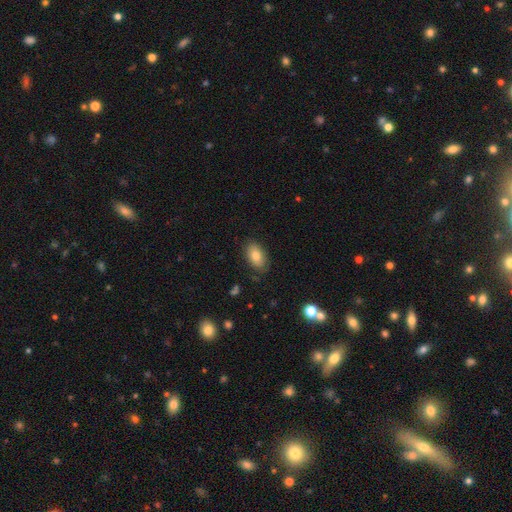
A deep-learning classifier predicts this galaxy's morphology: A smooth galaxy with no disk features (81%) that is in between round and cigar-shaped (92%).

Vote fractions:
- Smooth or featured? smooth: 81% / featured or disk: 11% / star or artifact: 7%
- How rounded? in between: 92% / round: 6% / cigar-shaped: 2%
- Merging? none: 83% / minor disturbance: 12% / major disturbance: 3% / merger: 1%